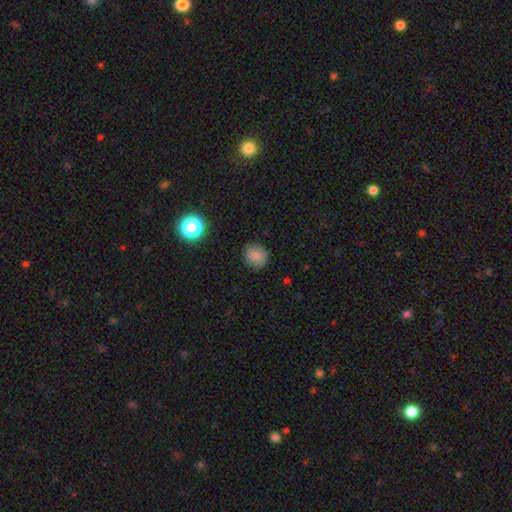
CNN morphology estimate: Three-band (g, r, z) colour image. It shows a smooth galaxy with no disk features (83%) that is round (86%). Merging: none (84%).